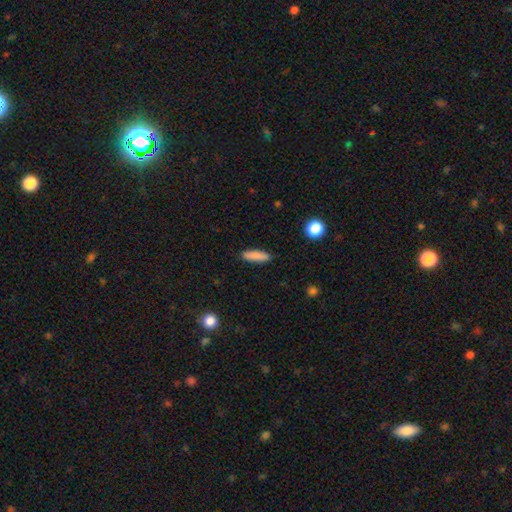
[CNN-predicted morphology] This is clearly a smooth galaxy (86%). How rounded: likely cigar-shaped (67%). Merging: clearly none (89%).